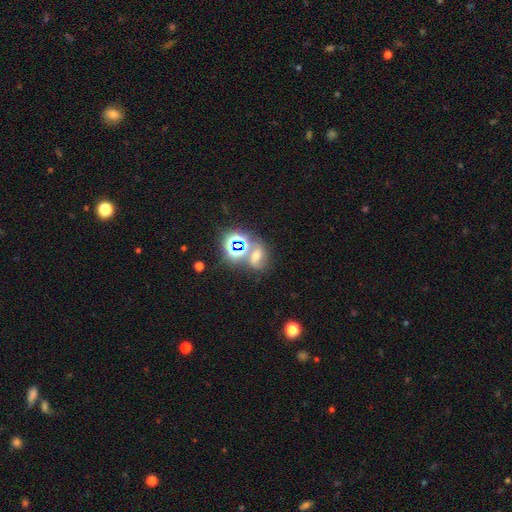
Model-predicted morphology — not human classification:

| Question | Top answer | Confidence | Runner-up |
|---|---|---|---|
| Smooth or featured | star or artifact | 44% | smooth (30%) |